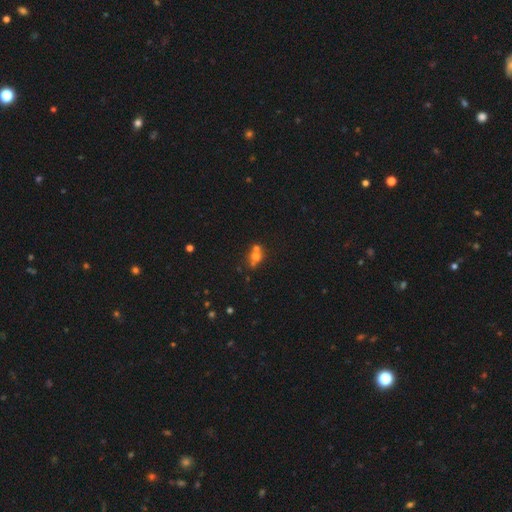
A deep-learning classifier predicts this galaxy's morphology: Q: Smooth or featured?
A: smooth (61%); runner-up: featured or disk (21%)
Q: How rounded?
A: round (66%); runner-up: in between (31%)
Q: Merging?
A: merger (48%); runner-up: none (38%)